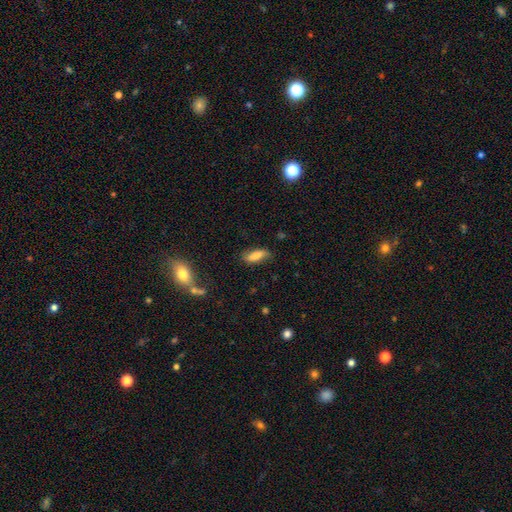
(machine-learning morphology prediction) Smooth or featured?
  - smooth: 74% *
  - featured or disk: 18%
  - star or artifact: 8%
How rounded?
  - in between: 70% *
  - cigar-shaped: 27%
  - round: 3%
Merging?
  - none: 71% *
  - minor disturbance: 21%
  - major disturbance: 6%
  - merger: 2%